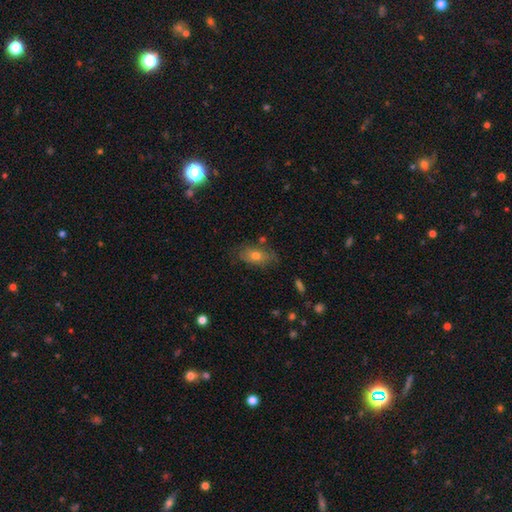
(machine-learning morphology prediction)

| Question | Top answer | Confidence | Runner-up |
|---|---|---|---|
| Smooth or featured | smooth | 62% | featured or disk (28%) |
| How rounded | in between | 85% | round (10%) |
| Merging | none | 70% | minor disturbance (20%) |